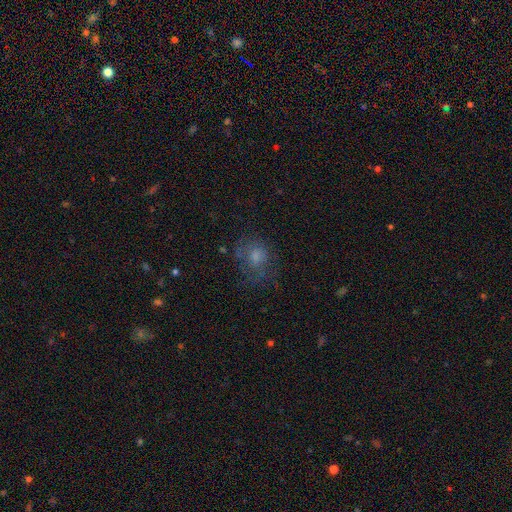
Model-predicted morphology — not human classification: This appears to be a smooth galaxy with no disk features (52%) that is round (69%). Merging: none (60%).